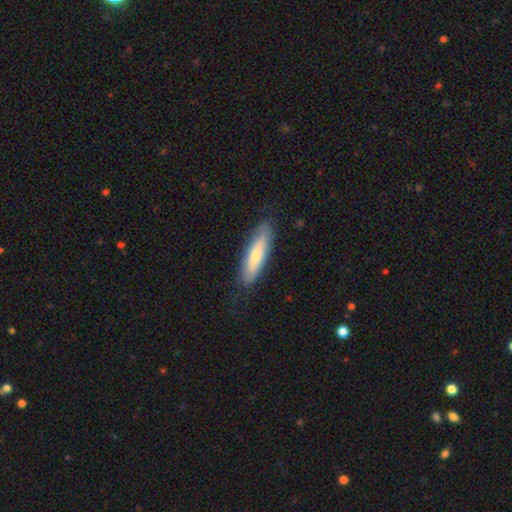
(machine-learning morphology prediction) Smooth or featured: smooth — 68% (featured or disk — 27%)
How rounded: cigar-shaped — 67% (in between — 31%)
Merging: none — 80% (minor disturbance — 15%)